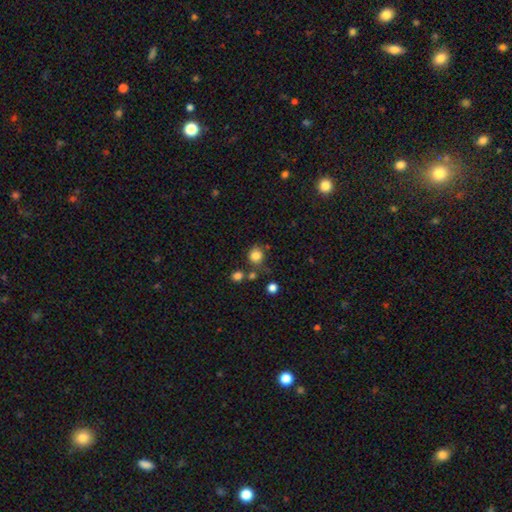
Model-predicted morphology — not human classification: smooth 82%, star or artifact 12%, featured or disk 6%. Down the decision tree: how rounded — round (83%); merging — none (68%).